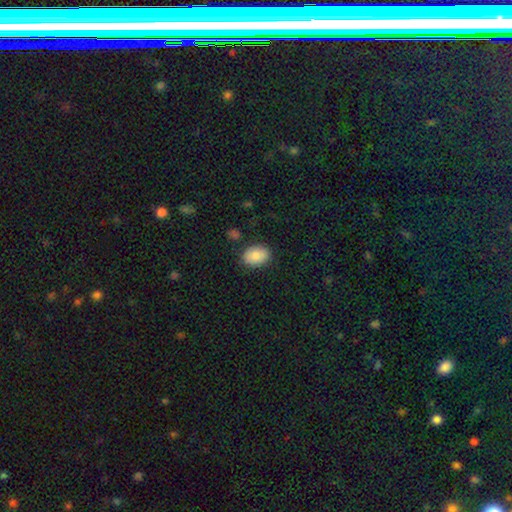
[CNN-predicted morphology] smooth_or_featured: smooth (p=0.84) [alt: featured or disk p=0.09]
how_rounded: in between (p=0.79) [alt: round p=0.20]
merging: none (p=0.83) [alt: minor disturbance p=0.12]